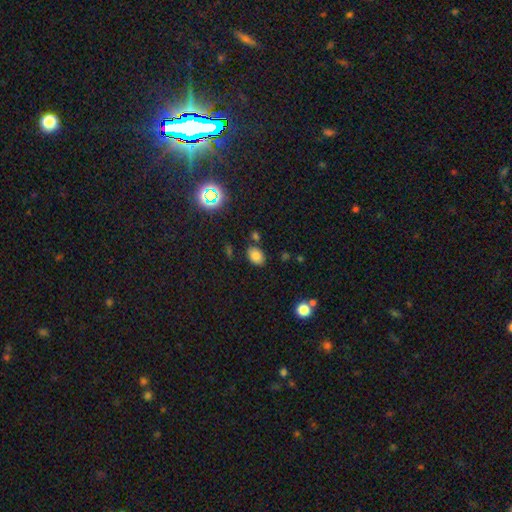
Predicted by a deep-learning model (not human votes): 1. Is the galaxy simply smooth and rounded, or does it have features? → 77% smooth, 14% star or artifact, 9% featured or disk.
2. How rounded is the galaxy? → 84% in between, 15% round, 1% cigar-shaped.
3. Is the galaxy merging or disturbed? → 77% none, 13% minor disturbance, 7% merger, 3% major disturbance.